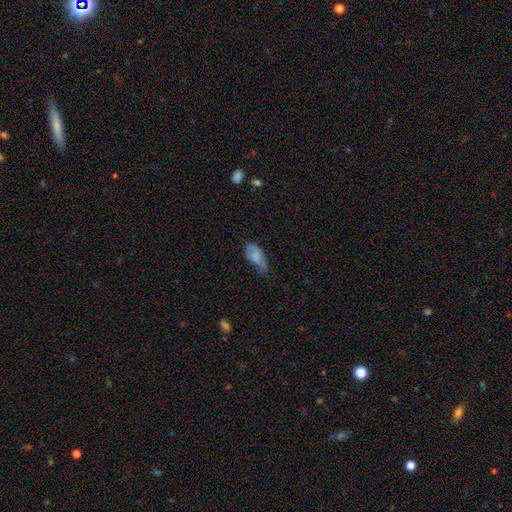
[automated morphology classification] A smooth galaxy with no disk features (75%) that is in between round and cigar-shaped (88%).

Vote fractions:
- Smooth or featured? smooth: 75% / featured or disk: 17% / star or artifact: 8%
- How rounded? in between: 88% / cigar-shaped: 9% / round: 3%
- Merging? minor disturbance: 44% / none: 35% / major disturbance: 19% / merger: 2%